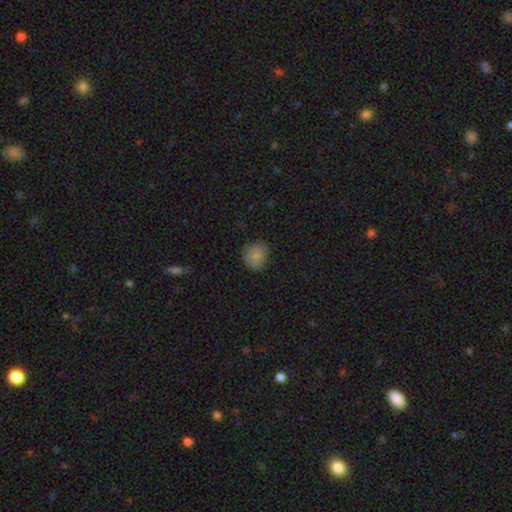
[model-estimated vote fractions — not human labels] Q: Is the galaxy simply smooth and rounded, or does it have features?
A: smooth — 84%.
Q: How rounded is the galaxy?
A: round — 82%.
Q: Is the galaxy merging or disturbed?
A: none — 80%.